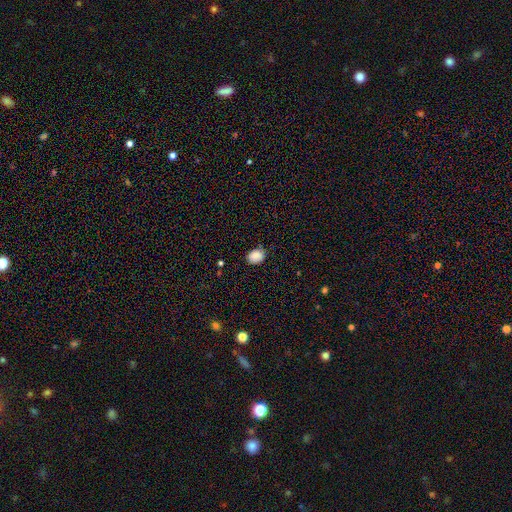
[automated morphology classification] A smooth galaxy with no disk features (86%) that is in between round and cigar-shaped (55%).

Vote fractions:
- Smooth or featured? smooth: 86% / star or artifact: 9% / featured or disk: 5%
- How rounded? in between: 55% / round: 44% / cigar-shaped: 1%
- Merging? none: 80% / minor disturbance: 16% / major disturbance: 3% / merger: 1%